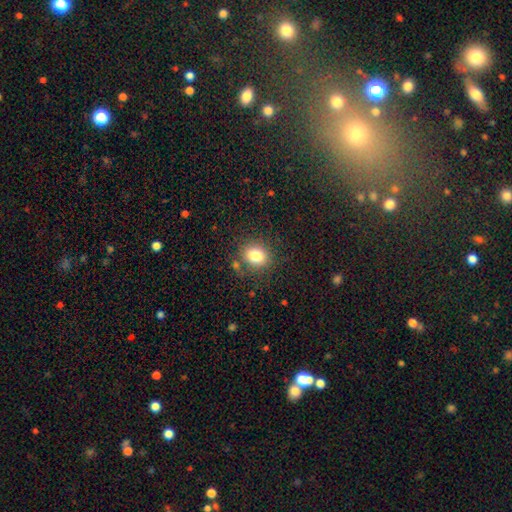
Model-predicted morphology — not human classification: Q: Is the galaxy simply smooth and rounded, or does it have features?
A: smooth — 81%.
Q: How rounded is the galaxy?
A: round — 66%.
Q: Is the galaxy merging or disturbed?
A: none — 81%.